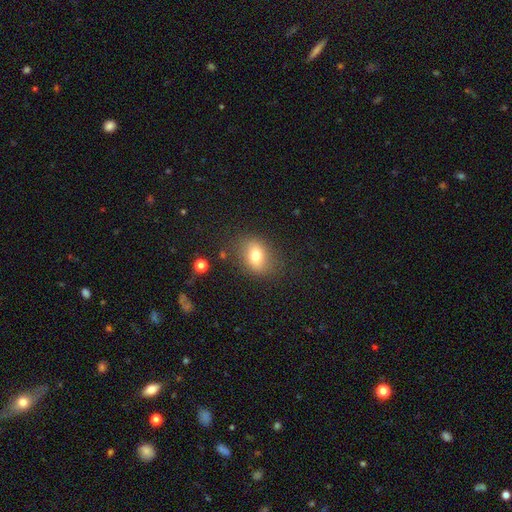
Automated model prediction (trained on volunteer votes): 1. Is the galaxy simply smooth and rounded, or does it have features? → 74% smooth, 16% featured or disk, 11% star or artifact.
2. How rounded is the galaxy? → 66% in between, 32% round, 2% cigar-shaped.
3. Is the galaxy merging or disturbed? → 79% none, 14% minor disturbance, 5% major disturbance, 2% merger.